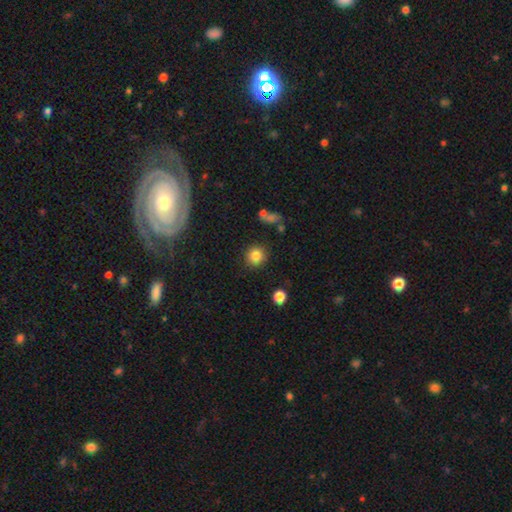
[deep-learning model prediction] smooth_or_featured: smooth (p=0.83) [alt: star or artifact p=0.11]
how_rounded: round (p=0.89) [alt: in between p=0.10]
merging: none (p=0.87) [alt: minor disturbance p=0.08]